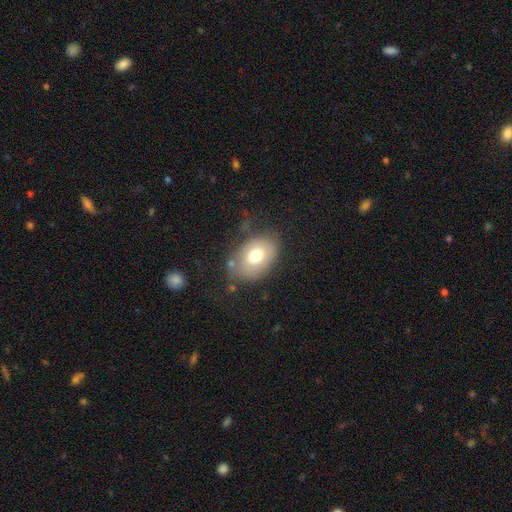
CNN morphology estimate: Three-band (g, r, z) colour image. It shows a smooth galaxy with no disk features (70%) that is in between round and cigar-shaped (80%). Merging: none (67%).